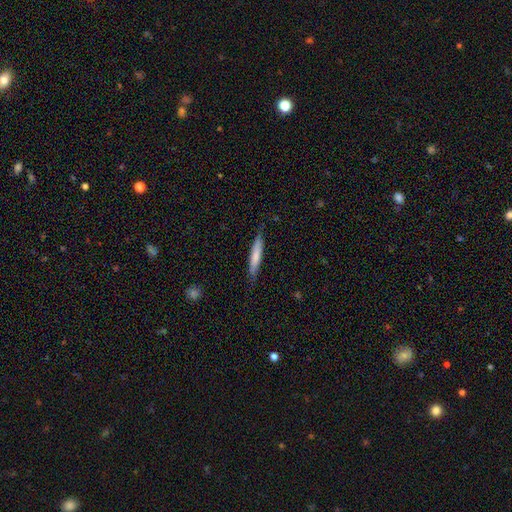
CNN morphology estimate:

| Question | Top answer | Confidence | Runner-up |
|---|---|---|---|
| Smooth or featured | smooth | 71% | featured or disk (24%) |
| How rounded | cigar-shaped | 91% | in between (8%) |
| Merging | none | 81% | minor disturbance (16%) |